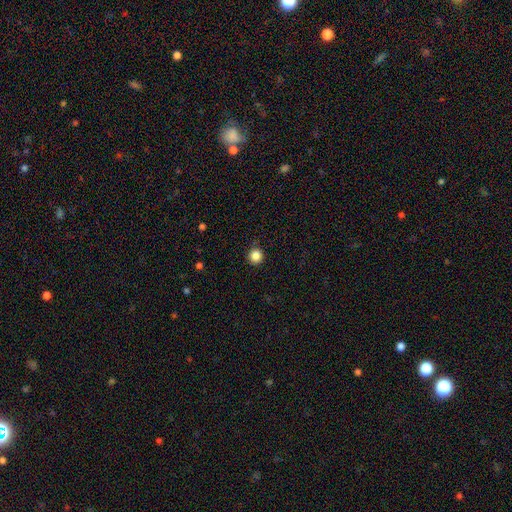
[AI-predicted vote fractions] smooth 86%, star or artifact 11%, featured or disk 4%. Down the decision tree: how rounded — round (94%); merging — none (91%).